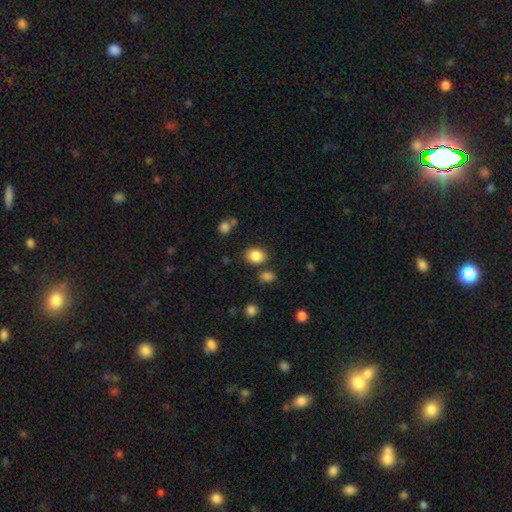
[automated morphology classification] Smooth or featured: smooth — 85% (star or artifact — 9%)
How rounded: in between — 57% (round — 42%)
Merging: none — 78% (minor disturbance — 11%)